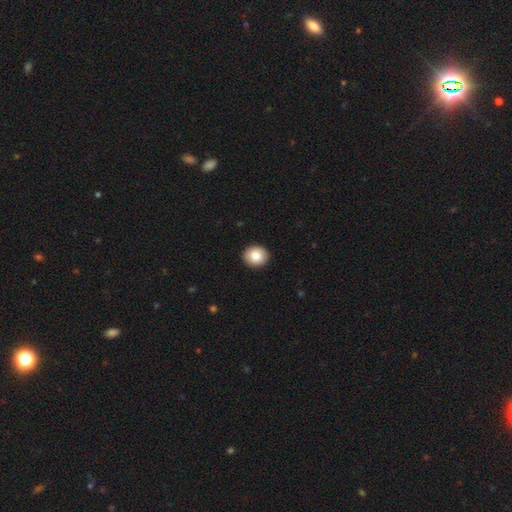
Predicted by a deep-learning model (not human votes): Morphology: type=smooth (84%); roundness=round (71%); merging=none (92%).